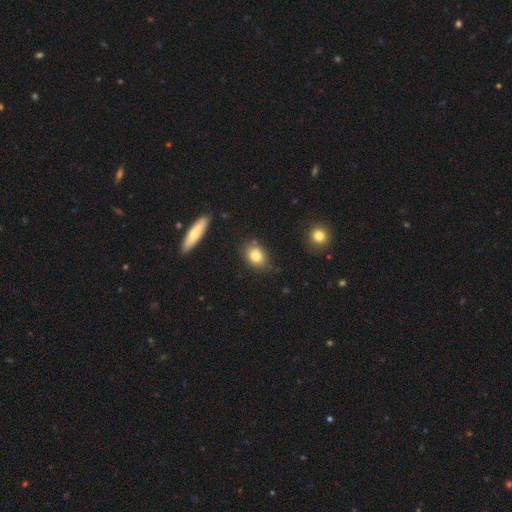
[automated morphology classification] type=smooth (81%); roundness=in between (60%); merging=none (75%).